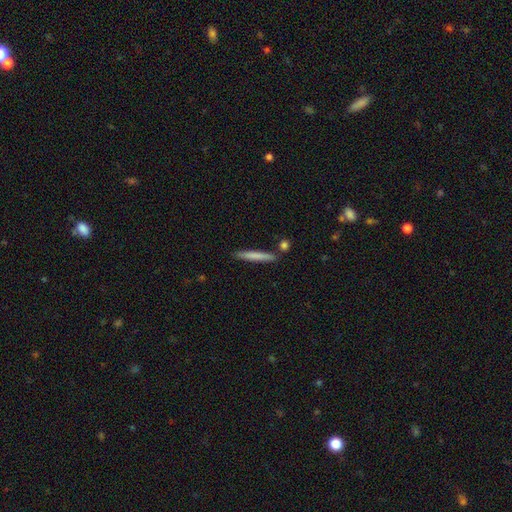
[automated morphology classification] This is likely a smooth galaxy (73%). How rounded: clearly cigar-shaped (96%). Merging: clearly none (84%).